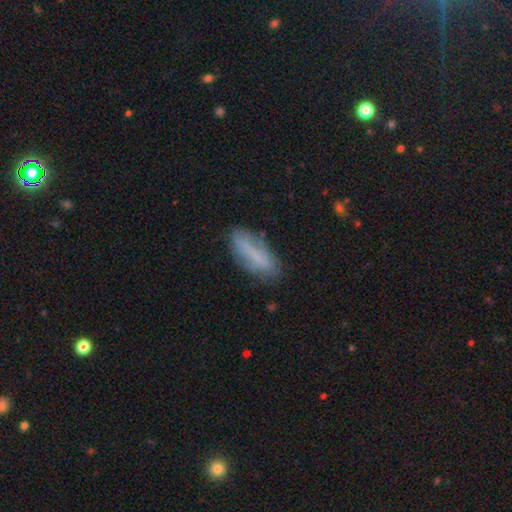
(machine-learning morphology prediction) Smooth or featured? Predicted: smooth (p=0.66). How rounded? Predicted: in between (p=0.56). Merging? Predicted: none (p=0.67).